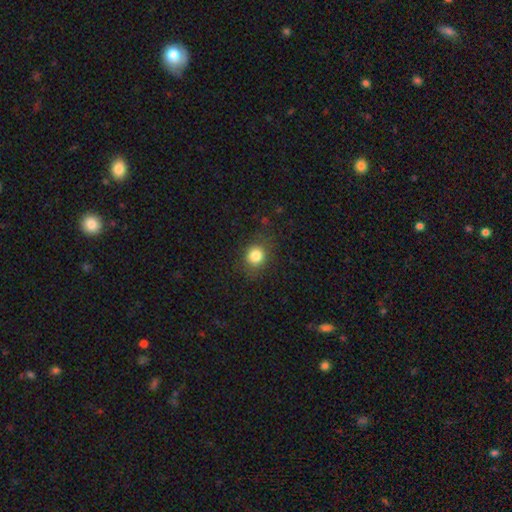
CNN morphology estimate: A smooth galaxy with no disk features (83%) that is round (79%). Merging: none (82%).